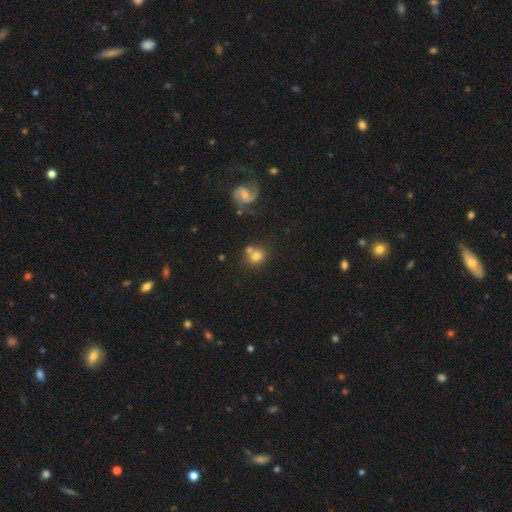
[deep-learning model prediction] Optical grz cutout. It shows a smooth galaxy with no disk features (71%) that is round (83%). Merging: none (57%).